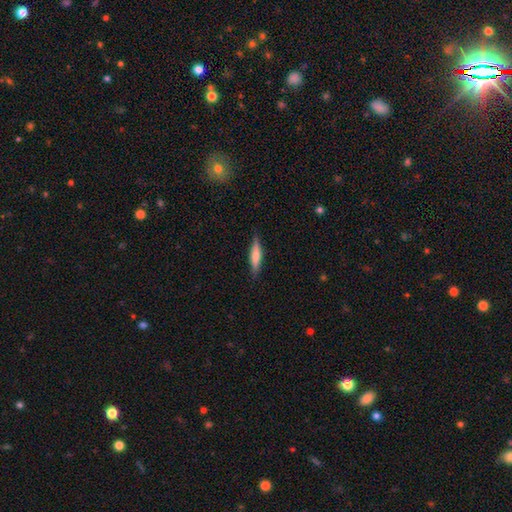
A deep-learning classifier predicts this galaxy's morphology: Smooth or featured?
  - smooth: 63% *
  - featured or disk: 31%
  - star or artifact: 6%
How rounded?
  - cigar-shaped: 83% *
  - in between: 15%
  - round: 2%
Merging?
  - none: 86% *
  - minor disturbance: 10%
  - major disturbance: 2%
  - merger: 1%